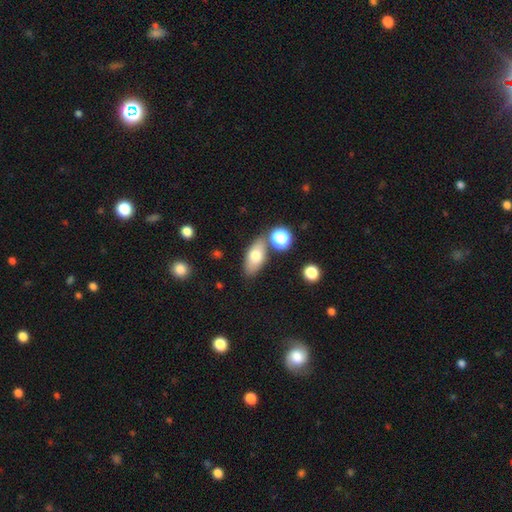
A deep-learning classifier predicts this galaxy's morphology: smooth-or-featured: smooth: 72% | featured or disk: 20% | star or artifact: 8%
  how-rounded: in between: 83% | cigar-shaped: 11% | round: 6%
  merging: none: 75% | minor disturbance: 12% | merger: 9% | major disturbance: 3%